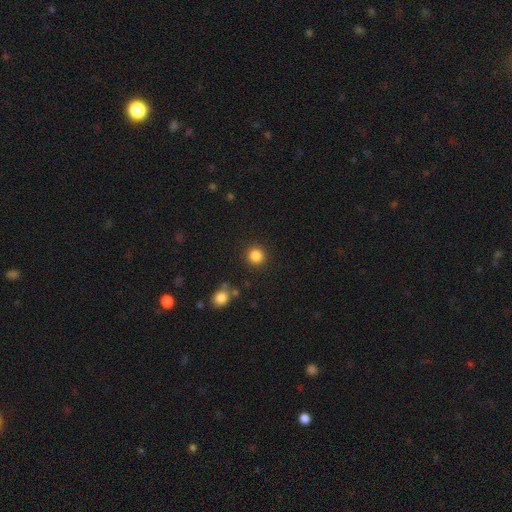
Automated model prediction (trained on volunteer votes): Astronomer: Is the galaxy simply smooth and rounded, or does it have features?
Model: smooth — 85%.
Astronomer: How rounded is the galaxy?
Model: round — 93%.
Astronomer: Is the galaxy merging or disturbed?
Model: none — 89%.